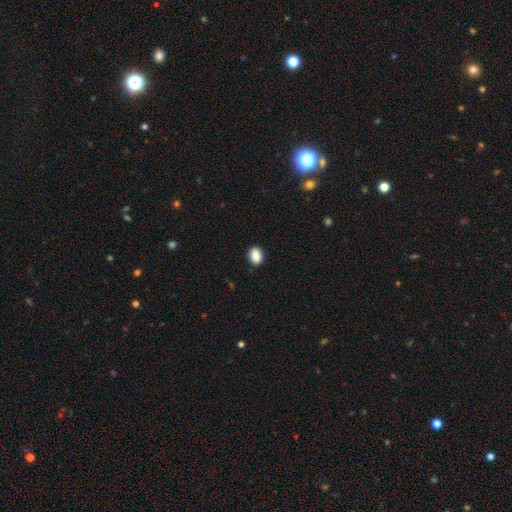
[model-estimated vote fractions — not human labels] Overall: smooth (89%). How rounded: in between (78%). Merging: none (89%).